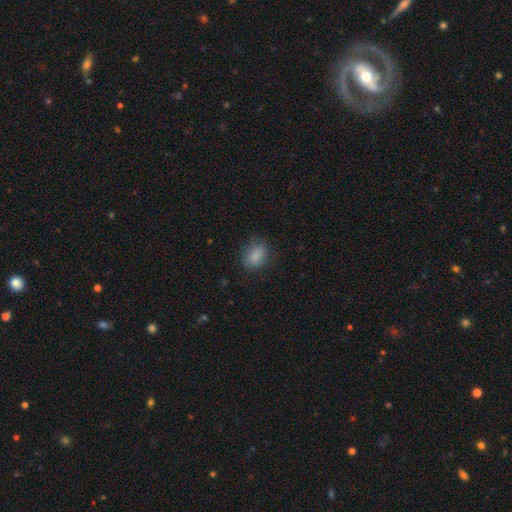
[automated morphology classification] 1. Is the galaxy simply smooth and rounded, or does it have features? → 86% smooth, 8% star or artifact, 6% featured or disk.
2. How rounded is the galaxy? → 65% in between, 33% round, 1% cigar-shaped.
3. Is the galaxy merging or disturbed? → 76% none, 17% minor disturbance, 5% major disturbance, 1% merger.